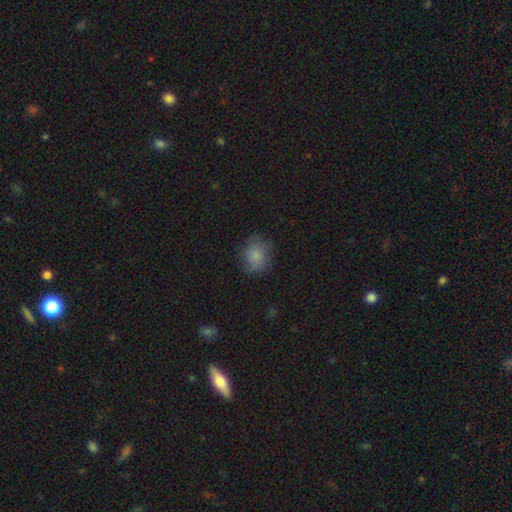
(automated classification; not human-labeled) Morphology: type=smooth (78%); roundness=round (66%); merging=none (71%).